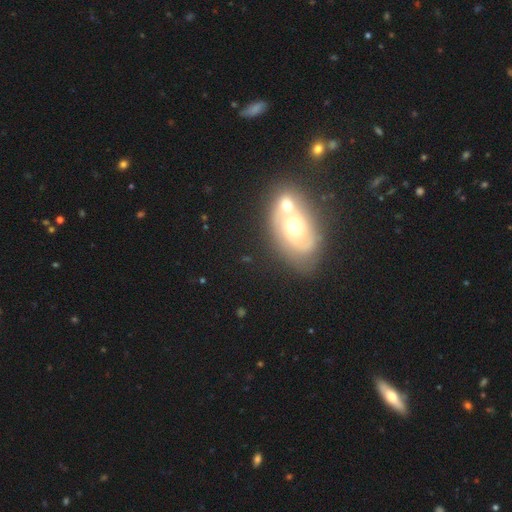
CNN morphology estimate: type=featured or disk (55%); edge-on=no (92%); bar=no (83%); spiral arms=no (57%); bulge=moderate (65%); merging=merger (42%).